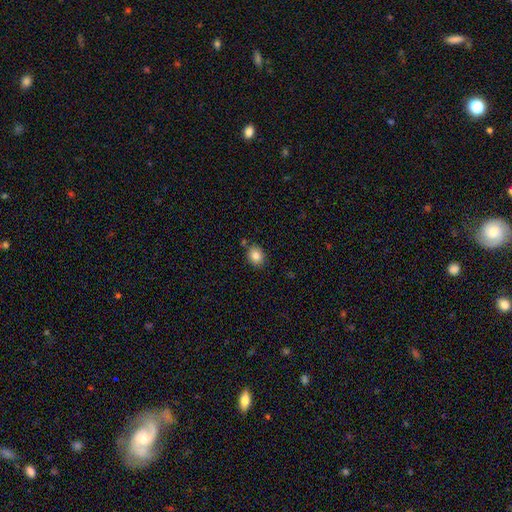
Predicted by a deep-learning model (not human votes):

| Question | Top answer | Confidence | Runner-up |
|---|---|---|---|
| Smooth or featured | smooth | 83% | star or artifact (9%) |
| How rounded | round | 55% | in between (44%) |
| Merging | none | 82% | minor disturbance (11%) |